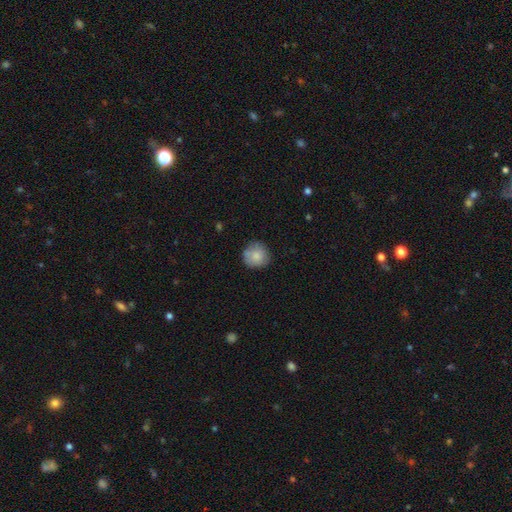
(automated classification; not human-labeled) This appears to be a smooth galaxy with no disk features (82%) that is round (92%). Merging: none (75%).